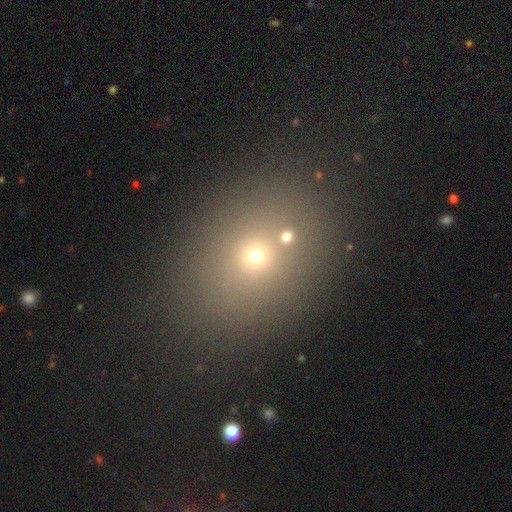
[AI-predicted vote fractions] A smooth galaxy with no disk features (61%) that is in between round and cigar-shaped (51%).

Vote fractions:
- Smooth or featured? smooth: 61% / star or artifact: 26% / featured or disk: 13%
- How rounded? in between: 51% / round: 46% / cigar-shaped: 2%
- Merging? none: 77% / minor disturbance: 11% / merger: 8% / major disturbance: 5%